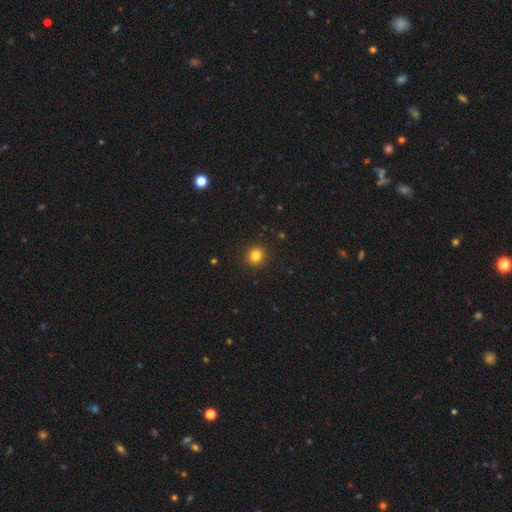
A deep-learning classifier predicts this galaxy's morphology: The model was most divided on "smooth or featured": smooth: 83%, star or artifact: 12%, featured or disk: 5%. More confident: merging — none (92%); how rounded — round (91%).